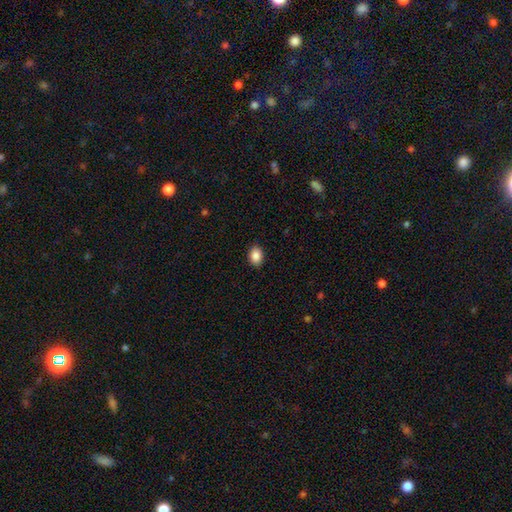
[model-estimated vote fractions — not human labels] A smooth galaxy with no disk features (88%) that is in between round and cigar-shaped (77%).

Vote fractions:
- Smooth or featured? smooth: 88% / star or artifact: 8% / featured or disk: 4%
- How rounded? in between: 77% / round: 22% / cigar-shaped: 1%
- Merging? none: 90% / minor disturbance: 8% / major disturbance: 2% / merger: 1%